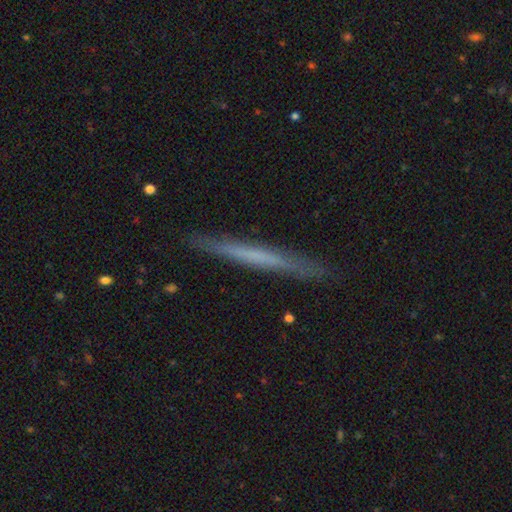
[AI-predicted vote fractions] A smooth galaxy with no disk features (47%, tied with featured or disk).

Vote fractions:
- Smooth or featured? smooth: 47% (tied) / featured or disk: 47% (tied) / star or artifact: 6%
- Merging? none: 90% / minor disturbance: 7% / major disturbance: 1% / merger: 1%